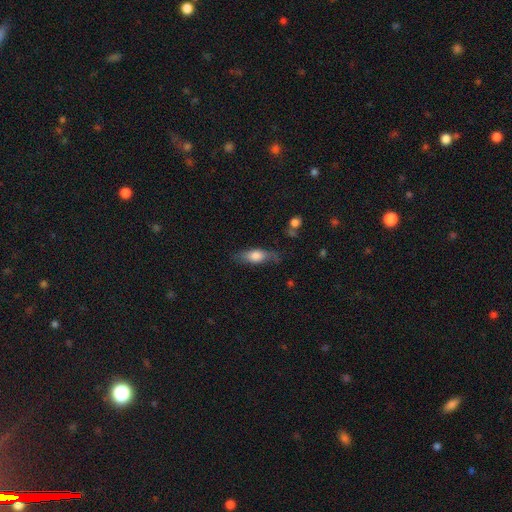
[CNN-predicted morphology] smooth 67%, featured or disk 26%, star or artifact 7%. Down the decision tree: how rounded — in between (67%); merging — none (63%).